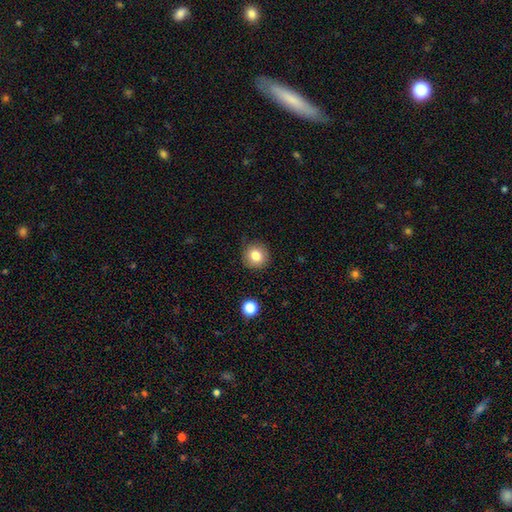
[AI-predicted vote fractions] Smooth or featured?
  - smooth: 81% *
  - star or artifact: 11%
  - featured or disk: 8%
How rounded?
  - round: 90% *
  - in between: 9%
  - cigar-shaped: 1%
Merging?
  - none: 88% *
  - minor disturbance: 9%
  - major disturbance: 2%
  - merger: 1%